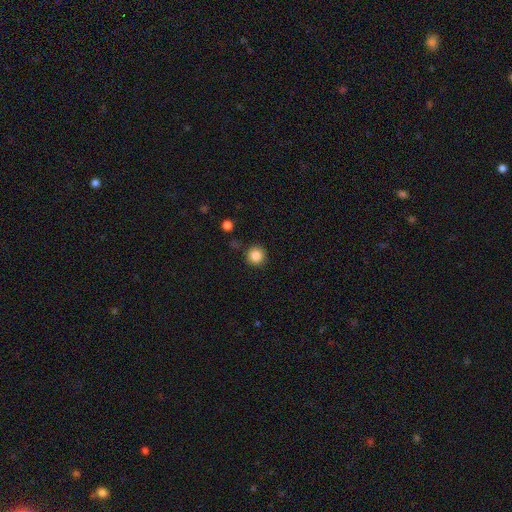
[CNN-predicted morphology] smooth 85%, star or artifact 10%, featured or disk 5%. Down the decision tree: how rounded — round (95%); merging — none (89%).